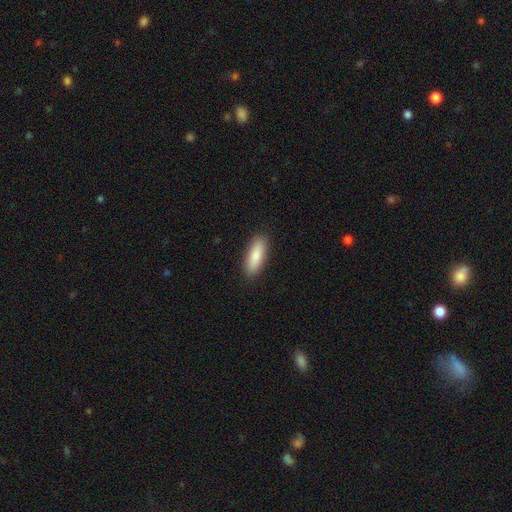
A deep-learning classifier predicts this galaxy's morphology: Overall: smooth (86%). How rounded: in between (63%; cigar-shaped 35%). Merging: none (89%).